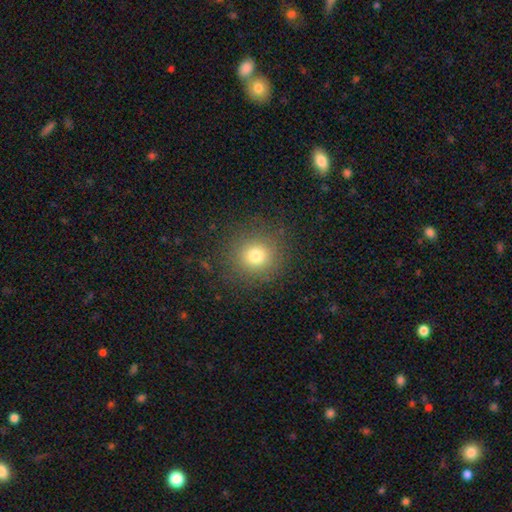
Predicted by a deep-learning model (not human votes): This appears to be a smooth galaxy with no disk features (76%) that is round (91%). Merging: none (87%).